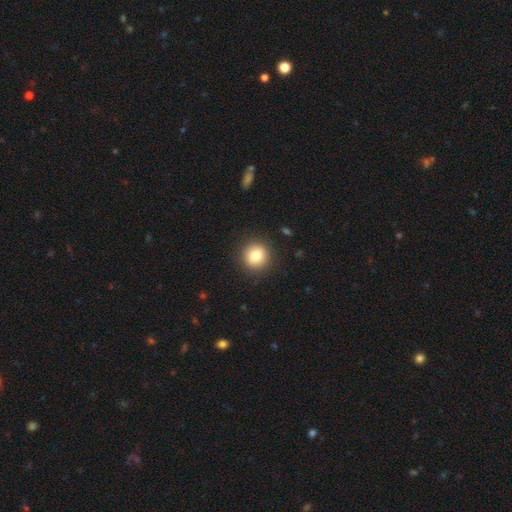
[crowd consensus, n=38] A smooth galaxy with no disk features (100%) that is round (97%).

Vote fractions:
- Smooth or featured? smooth: 100% / featured or disk: 0% / star or artifact: 0%
- How rounded? round: 97% / in between: 3% / cigar-shaped: 0%
- Merging? none: 97% / minor disturbance: 3% / major disturbance: 0% / merger: 0%